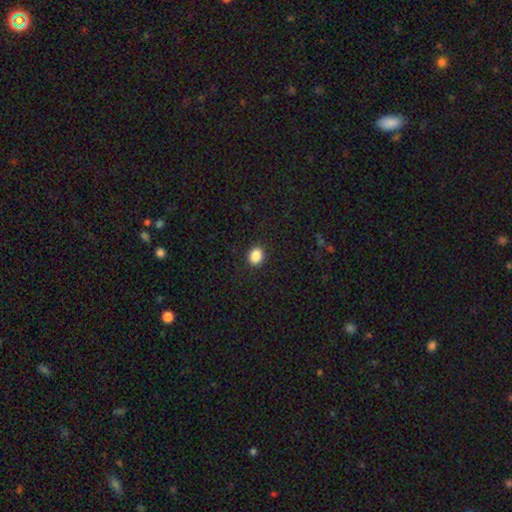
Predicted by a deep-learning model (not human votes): Morphology: type=smooth (87%); roundness=round (61%); merging=none (90%).